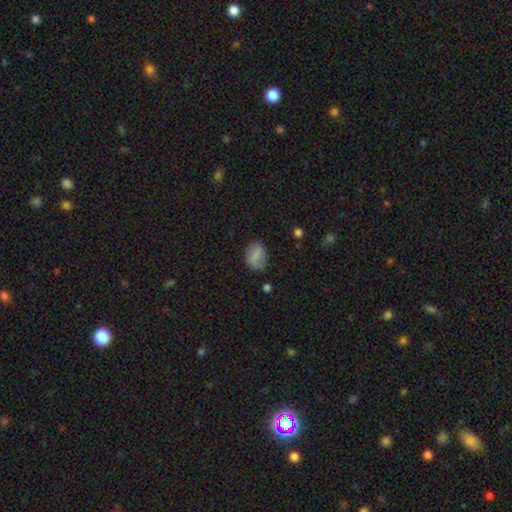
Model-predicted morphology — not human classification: Smooth or featured?
  - smooth: 74% *
  - featured or disk: 17%
  - star or artifact: 9%
How rounded?
  - in between: 71% *
  - round: 26%
  - cigar-shaped: 3%
Merging?
  - none: 73% *
  - minor disturbance: 19%
  - major disturbance: 6%
  - merger: 2%